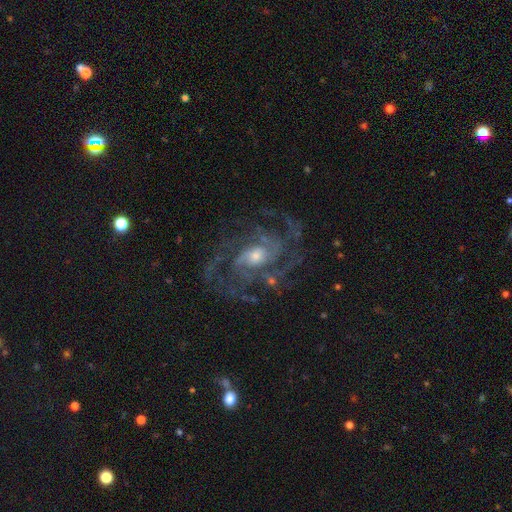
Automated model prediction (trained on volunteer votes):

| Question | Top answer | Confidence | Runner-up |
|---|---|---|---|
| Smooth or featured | featured or disk | 90% | star or artifact (6%) |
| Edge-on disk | no | 97% | yes (3%) |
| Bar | no | 64% | weak (29%) |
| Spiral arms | yes | 97% | no (3%) |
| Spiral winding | tight | 45% | medium (44%) |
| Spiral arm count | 3 | 25% | can't tell (21%) |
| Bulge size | moderate | 47% | small (45%) |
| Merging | none | 71% | minor disturbance (15%) |